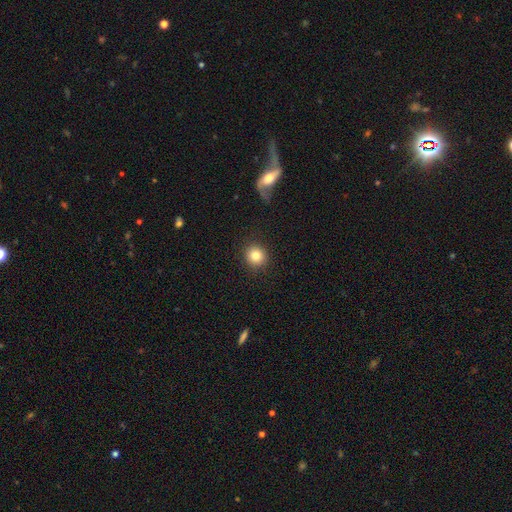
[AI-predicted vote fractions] A smooth galaxy with no disk features (82%) that is round (90%). Merging: none (89%).